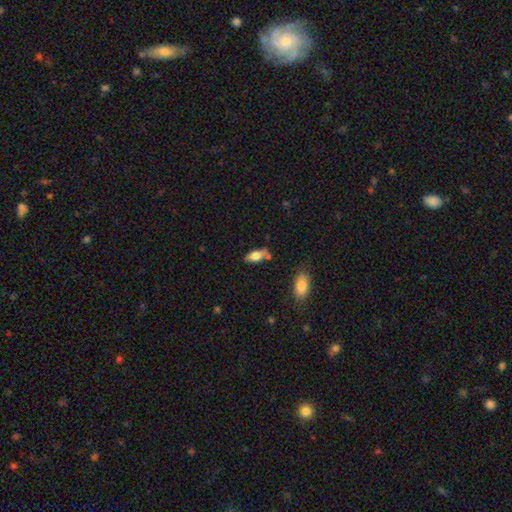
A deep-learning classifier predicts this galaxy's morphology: smooth_or_featured: smooth (p=0.71) [alt: featured or disk p=0.22]
how_rounded: in between (p=0.81) [alt: cigar-shaped p=0.15]
merging: none (p=0.64) [alt: minor disturbance p=0.20]